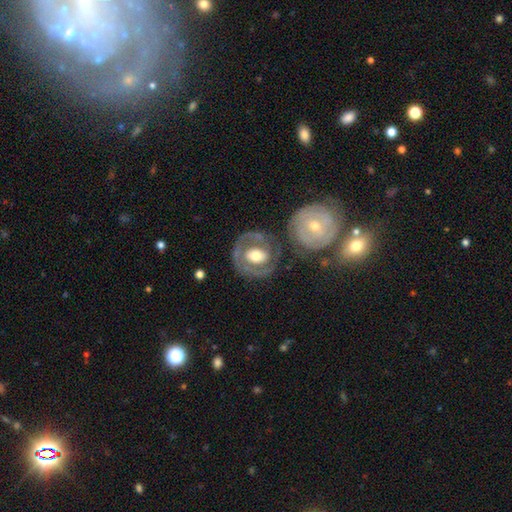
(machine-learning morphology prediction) Smooth or featured? Predicted: featured or disk (p=0.72). Edge-on disk? Predicted: no (p=0.97). Bar? Predicted: no (p=0.59). Spiral arms? Predicted: yes (p=0.69). Bulge size? Predicted: moderate (p=0.63). Merging? Predicted: none (p=0.66).